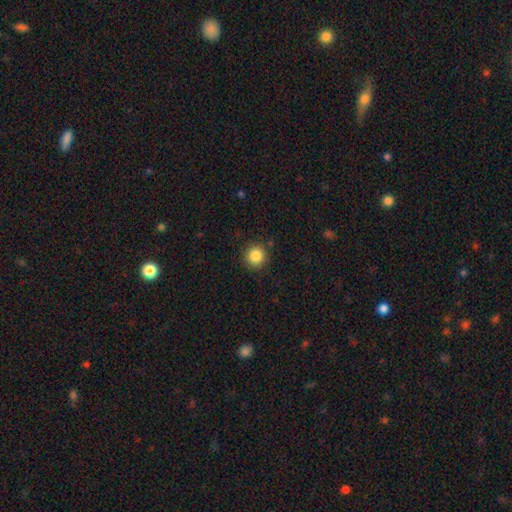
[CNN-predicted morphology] Q: Smooth or featured?
A: smooth (85%); runner-up: star or artifact (10%)
Q: How rounded?
A: round (93%); runner-up: in between (6%)
Q: Merging?
A: none (89%); runner-up: minor disturbance (7%)